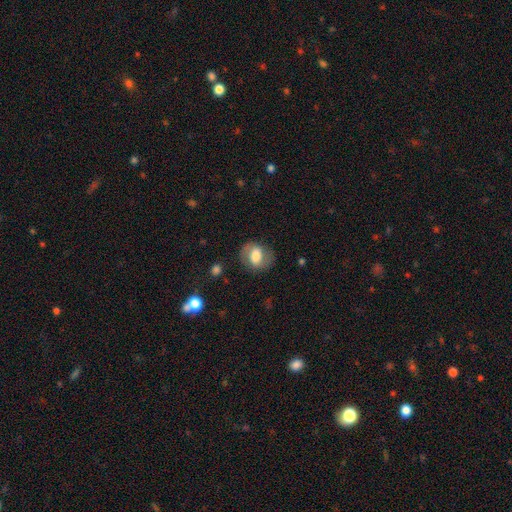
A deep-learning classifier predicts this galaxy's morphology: Smooth or featured? Predicted: smooth (p=0.57). How rounded? Predicted: in between (p=0.55). Merging? Predicted: none (p=0.74).